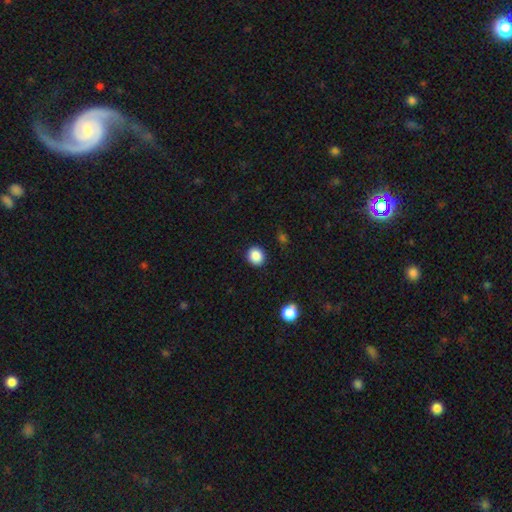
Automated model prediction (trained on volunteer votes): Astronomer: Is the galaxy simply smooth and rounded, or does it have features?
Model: smooth — 88%.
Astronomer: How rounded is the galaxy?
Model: round — 78%.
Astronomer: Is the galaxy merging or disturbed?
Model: none — 90%.